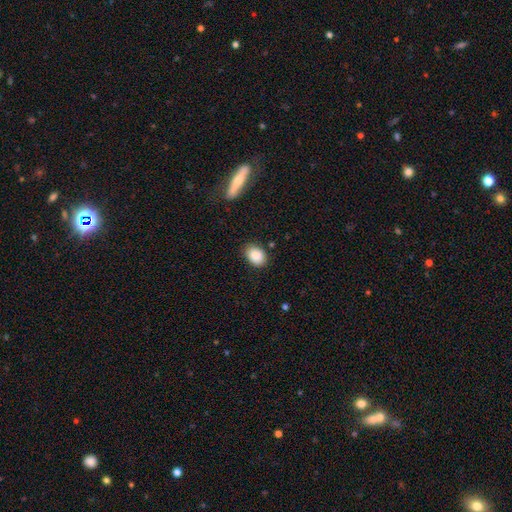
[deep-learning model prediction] Smooth or featured? Predicted: smooth (p=0.88). How rounded? Predicted: in between (p=0.77). Merging? Predicted: none (p=0.82).